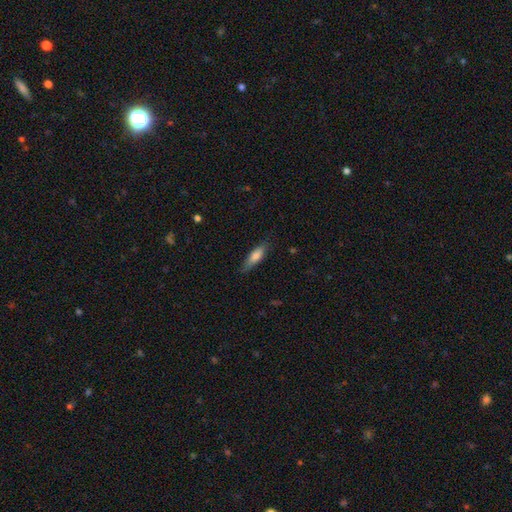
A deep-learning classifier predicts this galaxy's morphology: Smooth or featured? Predicted: smooth (p=0.73). How rounded? Predicted: cigar-shaped (p=0.60). Merging? Predicted: none (p=0.78).